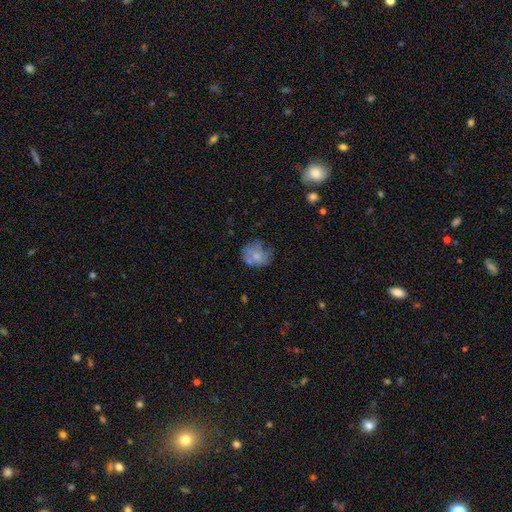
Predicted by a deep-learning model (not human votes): Morphology: type=smooth (57%); roundness=round (64%); merging=none (47%).